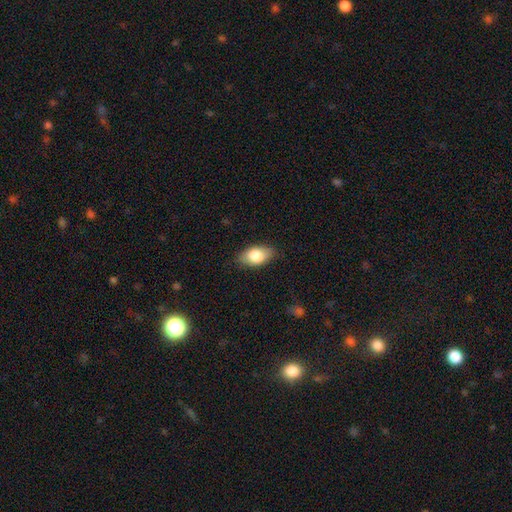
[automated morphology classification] smooth_or_featured: smooth (p=0.79) [alt: featured or disk p=0.14]
how_rounded: in between (p=0.91) [alt: round p=0.05]
merging: none (p=0.83) [alt: minor disturbance p=0.13]